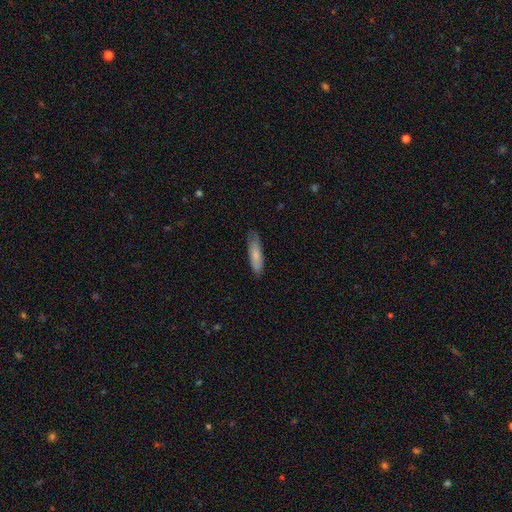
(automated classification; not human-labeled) Overall: smooth (77%). How rounded: cigar-shaped (69%; in between 29%). Merging: none (82%).